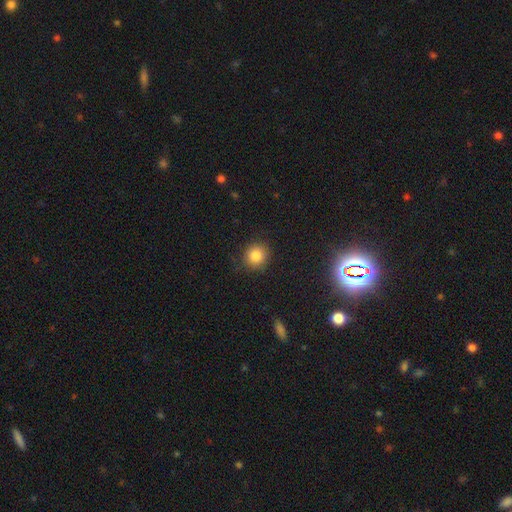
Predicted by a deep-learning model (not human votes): A smooth galaxy with no disk features (84%) that is round (87%). Merging: none (85%).